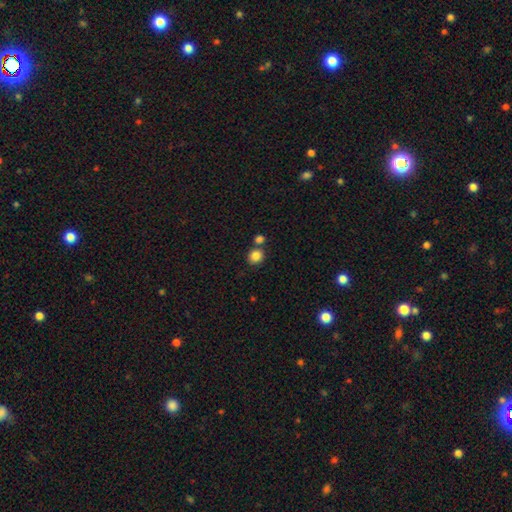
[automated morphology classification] Smooth or featured? Predicted: smooth (p=0.86). How rounded? Predicted: round (p=0.82). Merging? Predicted: none (p=0.69).